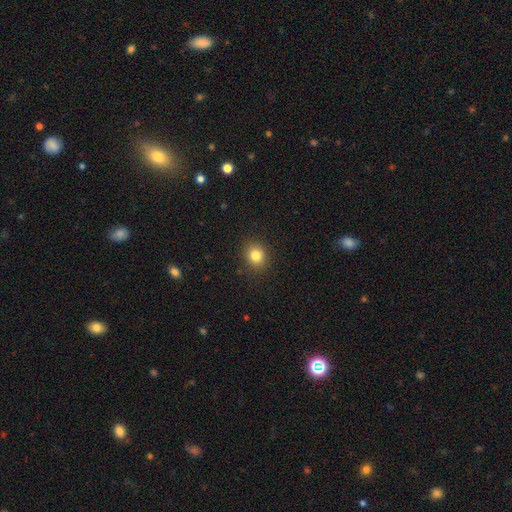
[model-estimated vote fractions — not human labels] Smooth or featured: smooth — 82% (star or artifact — 11%)
How rounded: round — 68% (in between — 31%)
Merging: none — 89% (minor disturbance — 7%)